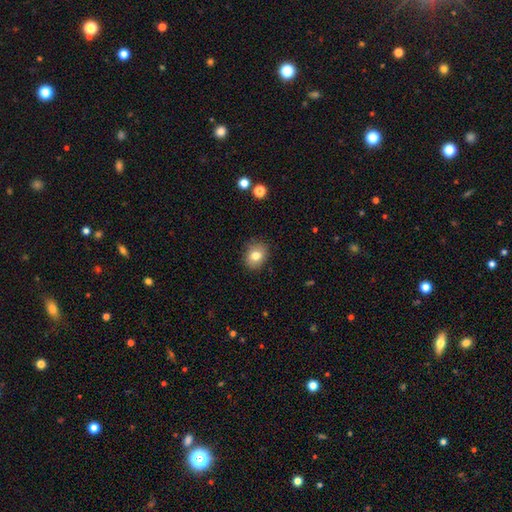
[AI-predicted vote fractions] Smooth or featured? smooth (79%)
How rounded? round (56%)
Merging? none (85%)